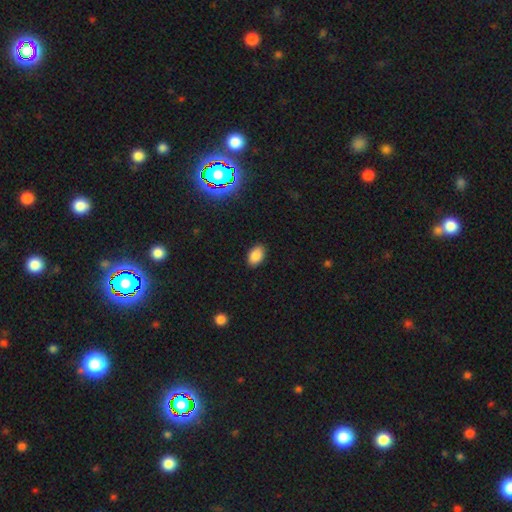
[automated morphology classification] A smooth galaxy with no disk features (86%) that is in between round and cigar-shaped (91%).

Vote fractions:
- Smooth or featured? smooth: 86% / star or artifact: 10% / featured or disk: 4%
- How rounded? in between: 91% / round: 8% / cigar-shaped: 1%
- Merging? none: 88% / minor disturbance: 9% / major disturbance: 2% / merger: 1%